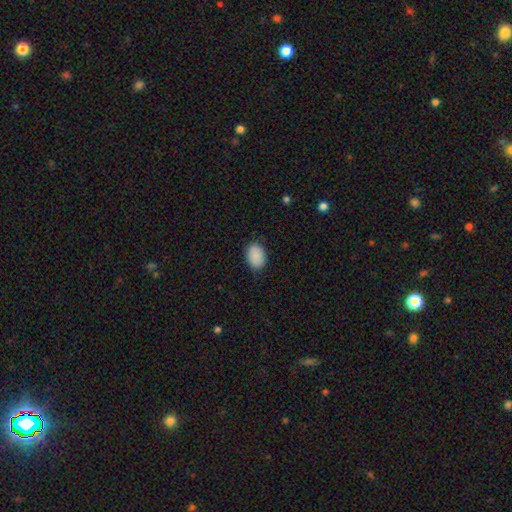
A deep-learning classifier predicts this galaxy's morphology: Smooth or featured: smooth — 90% (star or artifact — 7%)
How rounded: in between — 85% (round — 14%)
Merging: none — 84% (minor disturbance — 12%)